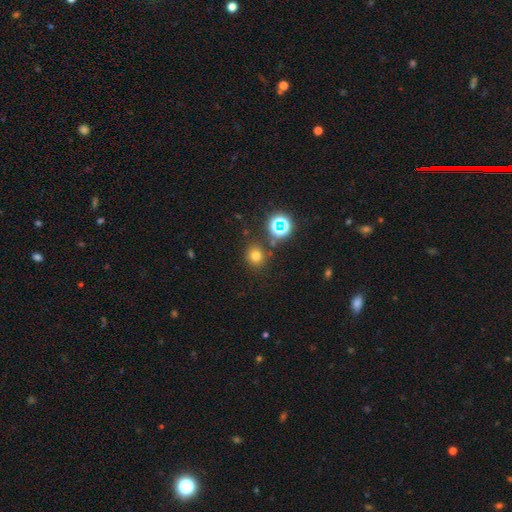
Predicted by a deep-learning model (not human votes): This is likely a smooth galaxy (70%). How rounded: clearly round (87%). Merging: clearly none (82%).